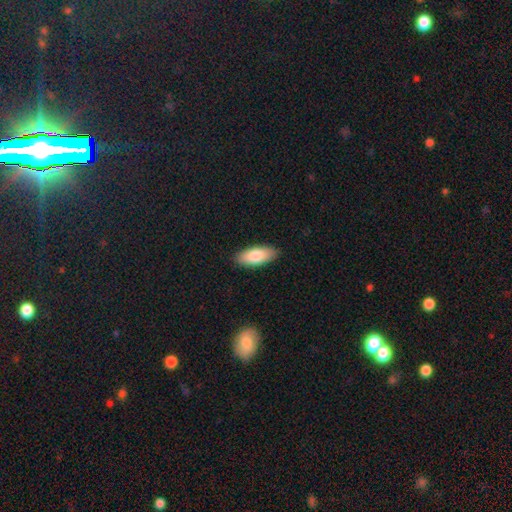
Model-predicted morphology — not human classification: Smooth or featured: smooth — 82% (featured or disk — 12%)
How rounded: in between — 83% (cigar-shaped — 15%)
Merging: none — 89% (minor disturbance — 8%)